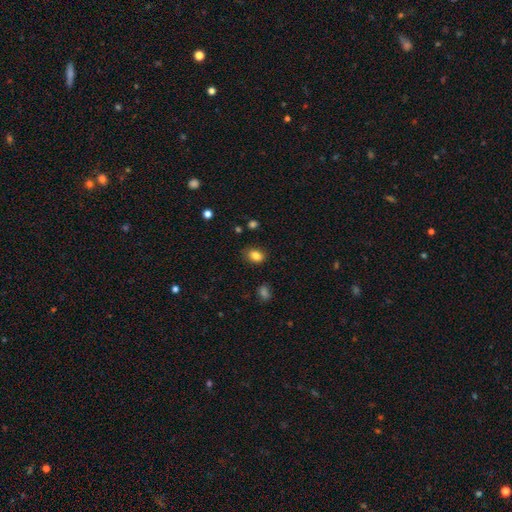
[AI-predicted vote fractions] Smooth or featured? Predicted: smooth (p=0.85). How rounded? Predicted: in between (p=0.69). Merging? Predicted: none (p=0.82).